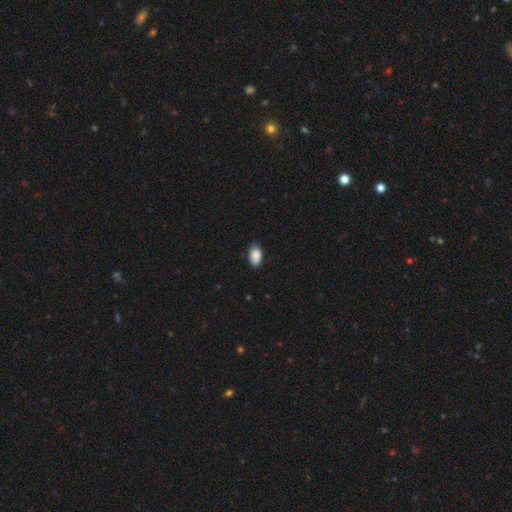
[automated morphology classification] A smooth galaxy with no disk features (89%) that is in between round and cigar-shaped (93%).

Vote fractions:
- Smooth or featured? smooth: 89% / star or artifact: 7% / featured or disk: 4%
- How rounded? in between: 93% / round: 6% / cigar-shaped: 1%
- Merging? none: 81% / minor disturbance: 16% / major disturbance: 2% / merger: 1%